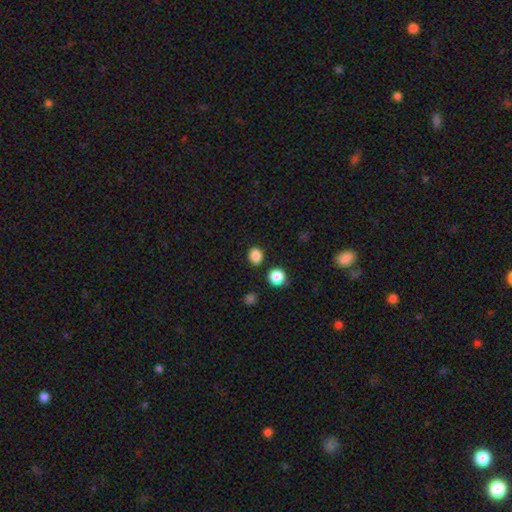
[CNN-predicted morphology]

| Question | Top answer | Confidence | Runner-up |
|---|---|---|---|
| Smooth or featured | smooth | 85% | star or artifact (11%) |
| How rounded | round | 73% | in between (26%) |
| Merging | none | 87% | minor disturbance (7%) |